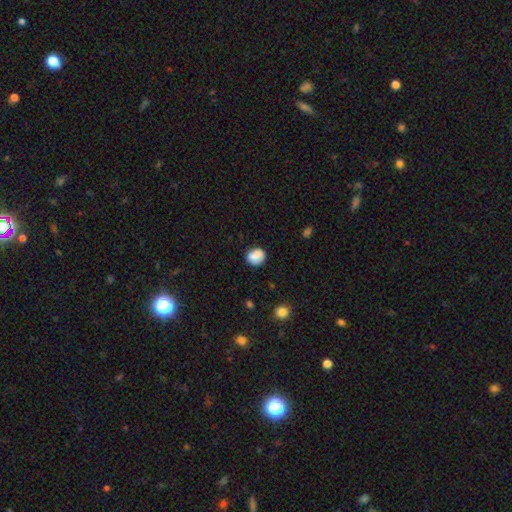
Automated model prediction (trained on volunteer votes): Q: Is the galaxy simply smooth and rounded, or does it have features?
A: smooth — 80%.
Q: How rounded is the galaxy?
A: round — 67%.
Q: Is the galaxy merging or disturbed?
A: none — 73%.